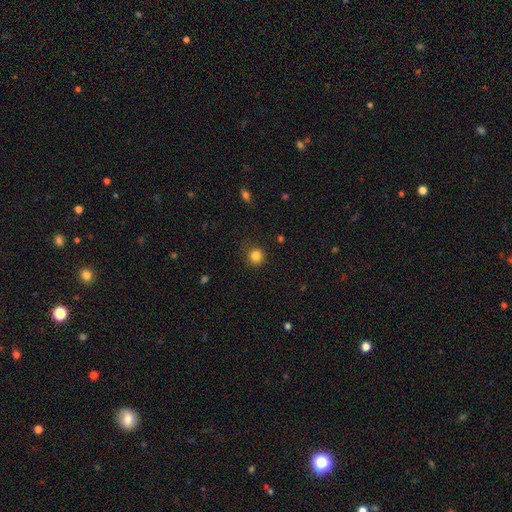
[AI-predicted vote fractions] smooth_or_featured: smooth (p=0.83) [alt: star or artifact p=0.12]
how_rounded: round (p=0.92) [alt: in between p=0.07]
merging: none (p=0.85) [alt: minor disturbance p=0.11]